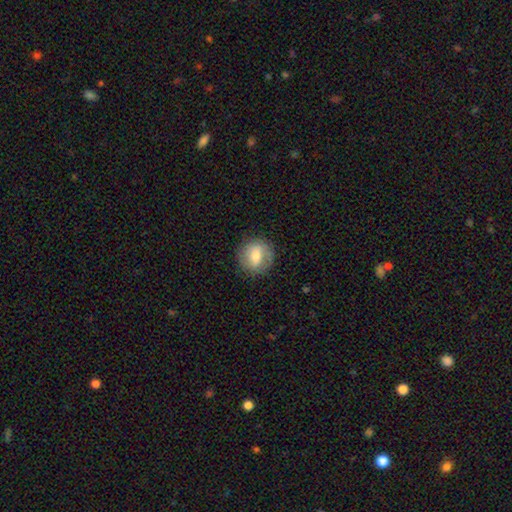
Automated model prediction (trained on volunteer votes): Smooth or featured: smooth — 57% (featured or disk — 35%)
How rounded: round — 86% (in between — 13%)
Merging: none — 84% (minor disturbance — 11%)